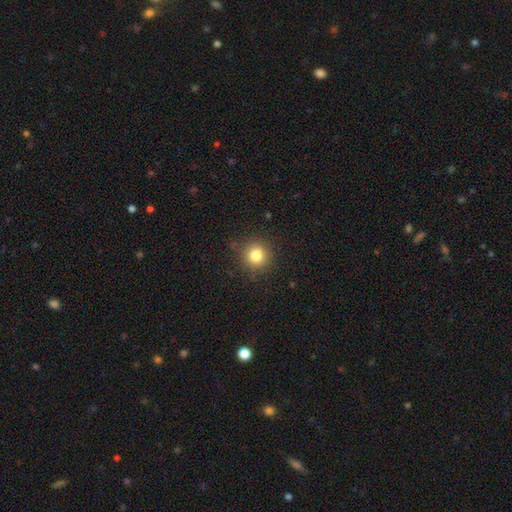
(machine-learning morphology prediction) A smooth galaxy with no disk features (81%) that is round (92%).

Vote fractions:
- Smooth or featured? smooth: 81% / star or artifact: 12% / featured or disk: 7%
- How rounded? round: 92% / in between: 7% / cigar-shaped: 1%
- Merging? none: 87% / minor disturbance: 9% / major disturbance: 3% / merger: 1%